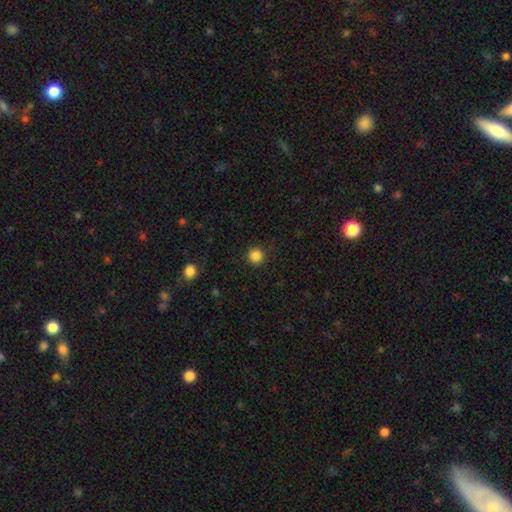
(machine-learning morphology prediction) Smooth or featured?
  - smooth: 86% *
  - star or artifact: 11%
  - featured or disk: 3%
How rounded?
  - round: 95% *
  - in between: 4%
  - cigar-shaped: 1%
Merging?
  - none: 92% *
  - minor disturbance: 5%
  - major disturbance: 2%
  - merger: 1%